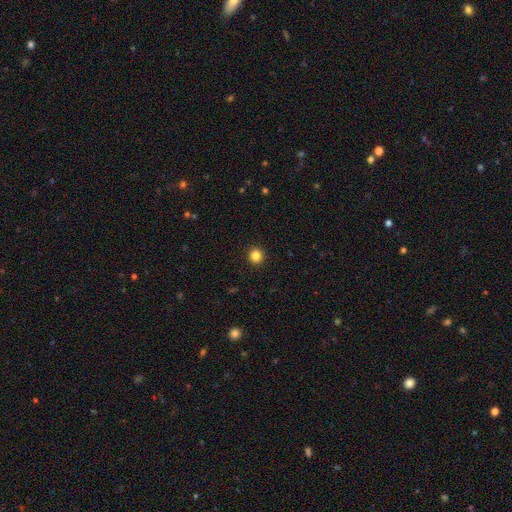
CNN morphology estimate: Smooth or featured? Predicted: smooth (p=0.85). How rounded? Predicted: round (p=0.94). Merging? Predicted: none (p=0.93).